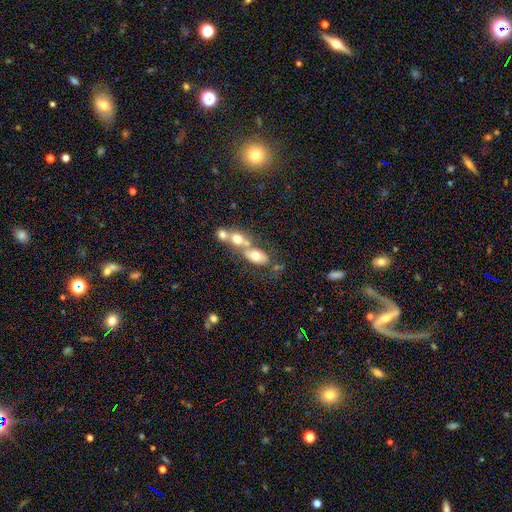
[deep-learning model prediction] The model was most divided on "merging": merger: 53%, none: 30%, minor disturbance: 10%, major disturbance: 7%. More confident: how rounded — in between (77%); smooth or featured — smooth (63%).